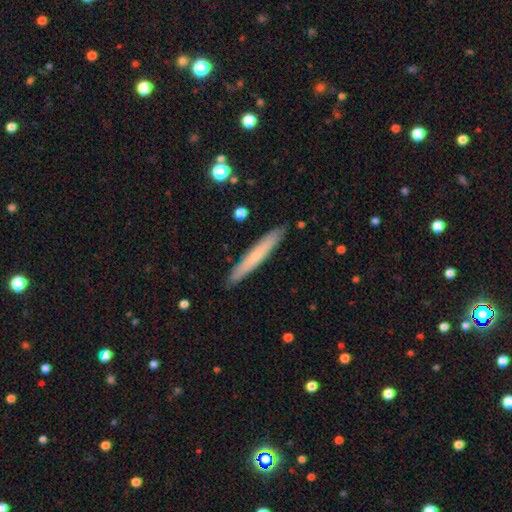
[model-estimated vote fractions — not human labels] This is possibly a smooth galaxy (60%). How rounded: clearly cigar-shaped (95%). Merging: clearly none (90%).